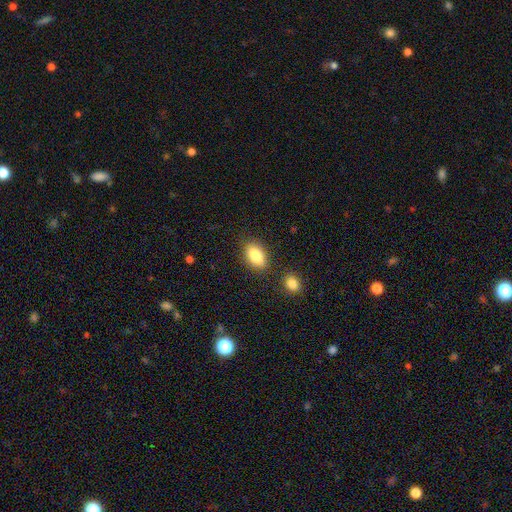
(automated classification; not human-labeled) This appears to be a smooth galaxy with no disk features (86%) that is in between round and cigar-shaped (90%). Merging: none (80%).